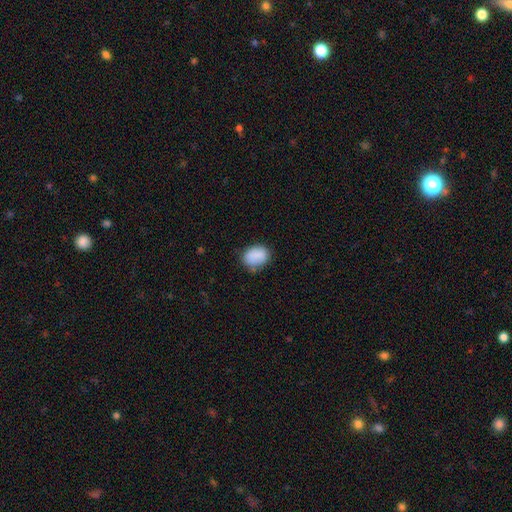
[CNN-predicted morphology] smooth_or_featured: smooth (p=0.87) [alt: star or artifact p=0.07]
how_rounded: in between (p=0.69) [alt: round p=0.30]
merging: none (p=0.74) [alt: minor disturbance p=0.20]